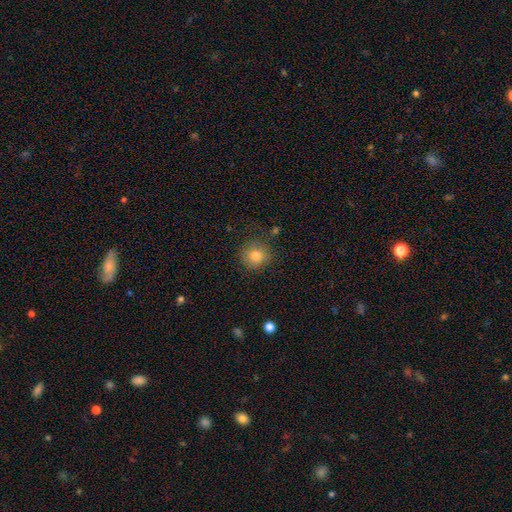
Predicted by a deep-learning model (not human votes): Overall: smooth (80%). How rounded: round (91%). Merging: none (82%).